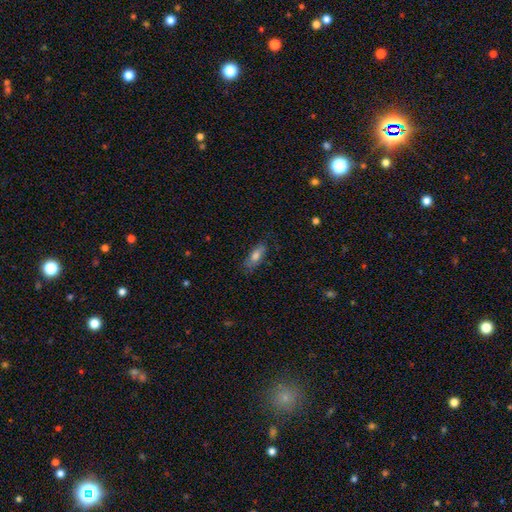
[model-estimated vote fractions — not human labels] Overall: smooth (73%). How rounded: in between (72%). Merging: none (71%).